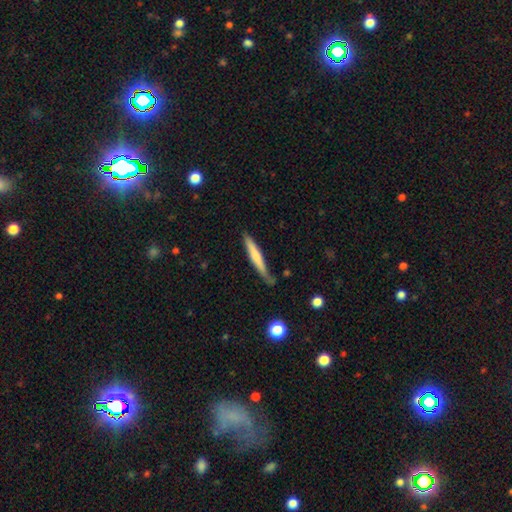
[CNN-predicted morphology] Smooth or featured? smooth (62%)
How rounded? cigar-shaped (94%)
Merging? none (69%)